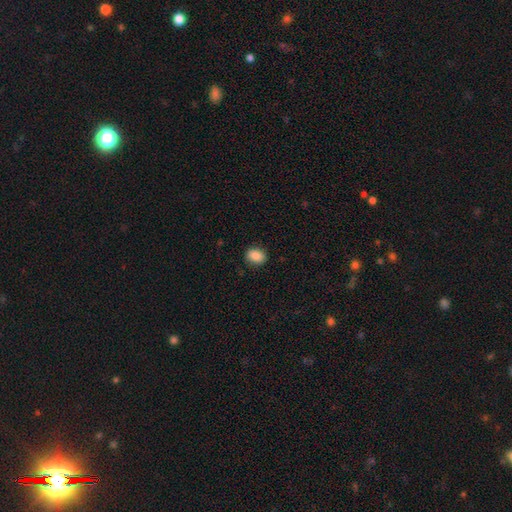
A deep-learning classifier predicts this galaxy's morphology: smooth-or-featured: smooth: 88% | star or artifact: 8% | featured or disk: 4%
  how-rounded: in between: 60% | round: 39% | cigar-shaped: 1%
  merging: none: 87% | minor disturbance: 9% | major disturbance: 2% | merger: 1%